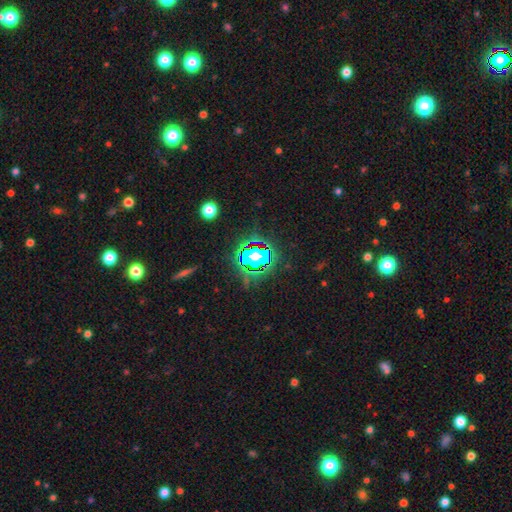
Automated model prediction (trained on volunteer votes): Q: Smooth or featured?
A: star or artifact (66%); runner-up: smooth (21%)